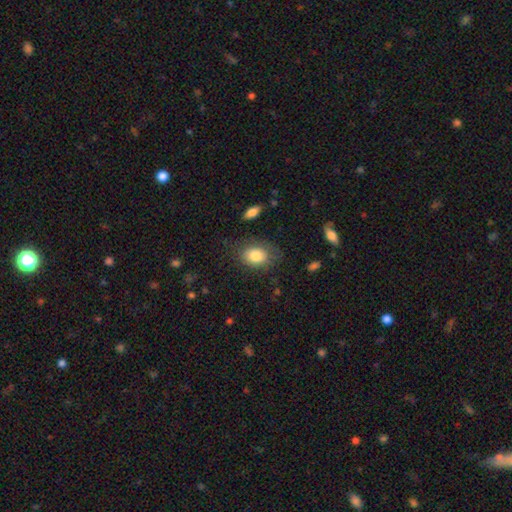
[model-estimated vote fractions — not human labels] Smooth or featured? smooth (82%)
How rounded? in between (71%)
Merging? none (71%)